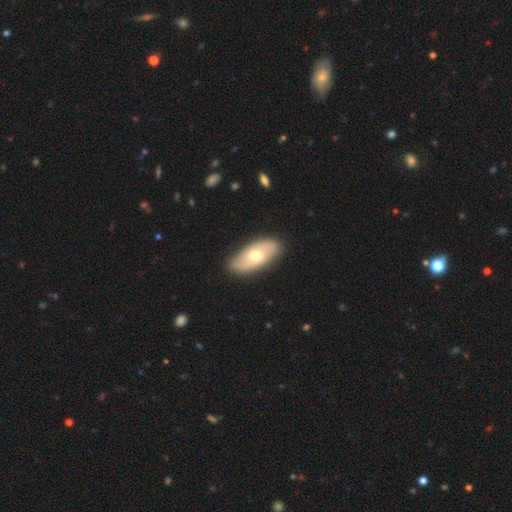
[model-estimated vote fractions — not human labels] Smooth or featured? Predicted: smooth (p=0.53). How rounded? Predicted: in between (p=0.89). Merging? Predicted: none (p=0.85).